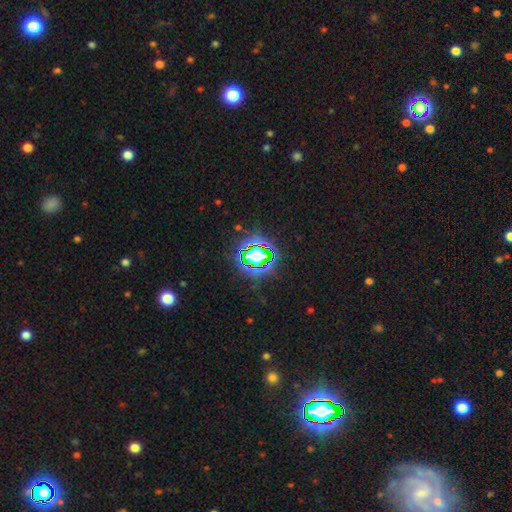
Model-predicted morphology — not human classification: A star or artifact, not a galaxy (70%).

Vote fractions:
- Smooth or featured? star or artifact: 70% / smooth: 18% / featured or disk: 12%